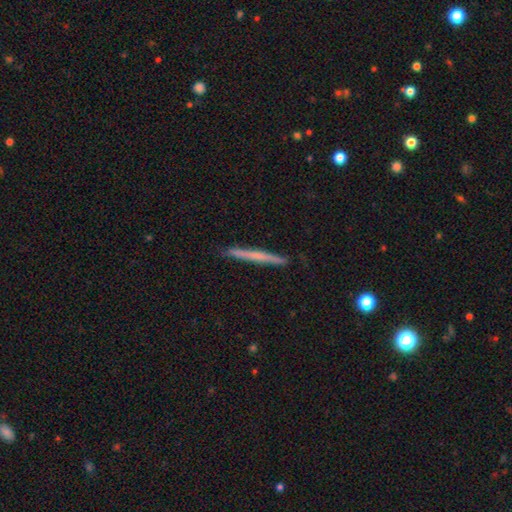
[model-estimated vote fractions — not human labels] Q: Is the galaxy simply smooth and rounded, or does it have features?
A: smooth — 52%.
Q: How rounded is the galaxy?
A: cigar-shaped — 97%.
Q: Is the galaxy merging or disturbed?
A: none — 91%.